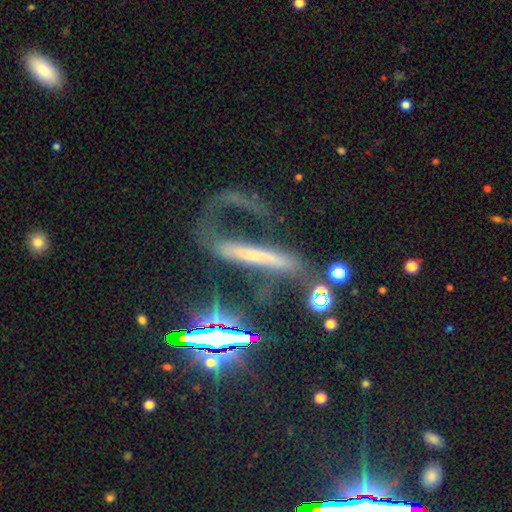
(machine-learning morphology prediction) Smooth or featured? Predicted: featured or disk (p=0.59). Edge-on disk? Predicted: no (p=0.53). Merging? Predicted: major disturbance (p=0.43).